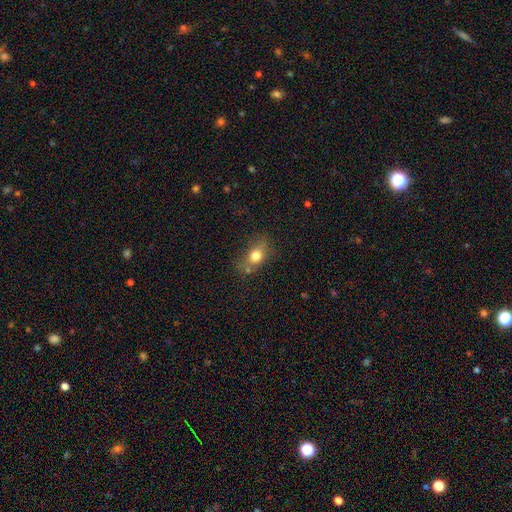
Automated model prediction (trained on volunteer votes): Smooth or featured? smooth (75%)
How rounded? in between (68%)
Merging? none (59%)